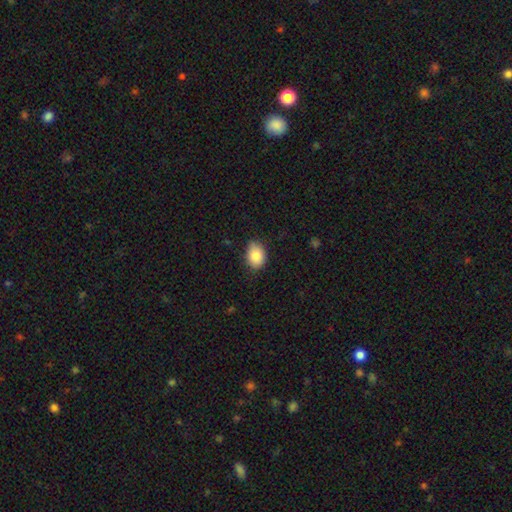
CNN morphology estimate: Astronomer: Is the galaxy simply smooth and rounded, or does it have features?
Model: smooth — 85%.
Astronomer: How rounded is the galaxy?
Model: in between — 71%.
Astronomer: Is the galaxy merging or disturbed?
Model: none — 74%.